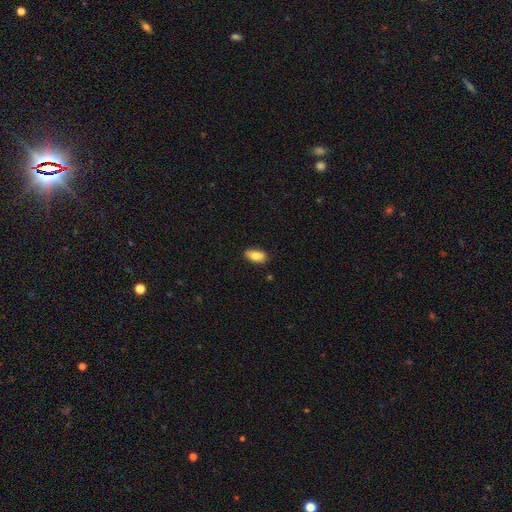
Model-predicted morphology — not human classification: smooth-or-featured: smooth: 81% | featured or disk: 12% | star or artifact: 7%
  how-rounded: in between: 91% | cigar-shaped: 5% | round: 3%
  merging: none: 88% | minor disturbance: 9% | major disturbance: 2% | merger: 1%